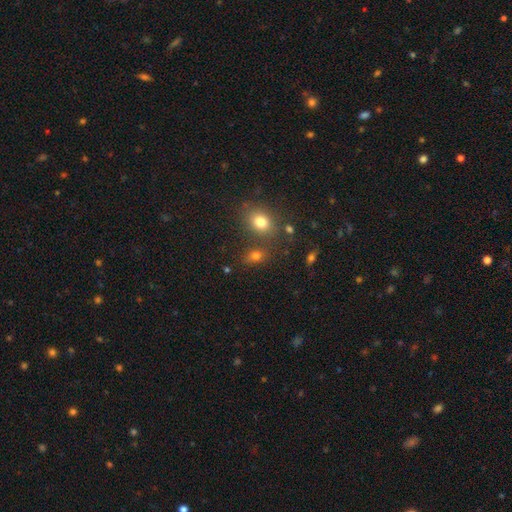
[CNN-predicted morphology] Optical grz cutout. It shows a smooth galaxy with no disk features (74%) that is in between round and cigar-shaped (66%). Merging: none (67%).